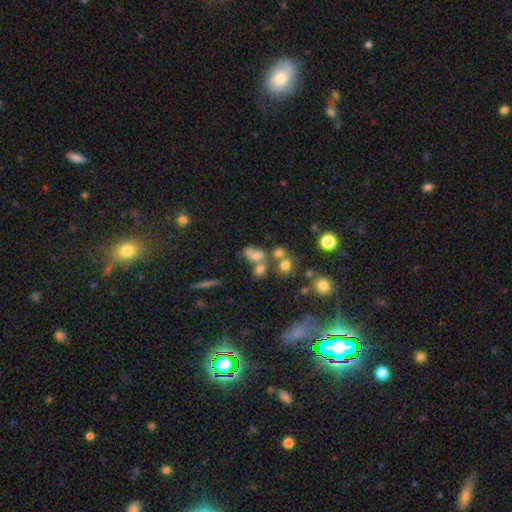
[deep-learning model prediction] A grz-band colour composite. It shows a smooth galaxy with no disk features (58%) that is in between round and cigar-shaped (64%). Merging: merger (41%).